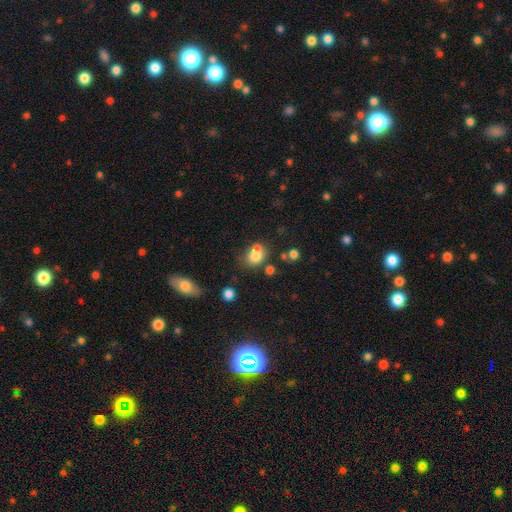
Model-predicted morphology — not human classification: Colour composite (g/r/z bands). It shows a smooth galaxy with no disk features (76%) that is round (59%). Merging: none (46%).